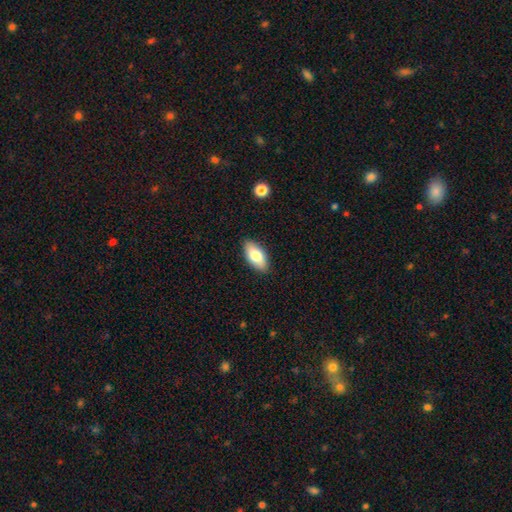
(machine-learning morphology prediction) Smooth or featured: smooth — 78% (featured or disk — 16%)
How rounded: in between — 90% (cigar-shaped — 8%)
Merging: none — 87% (minor disturbance — 10%)